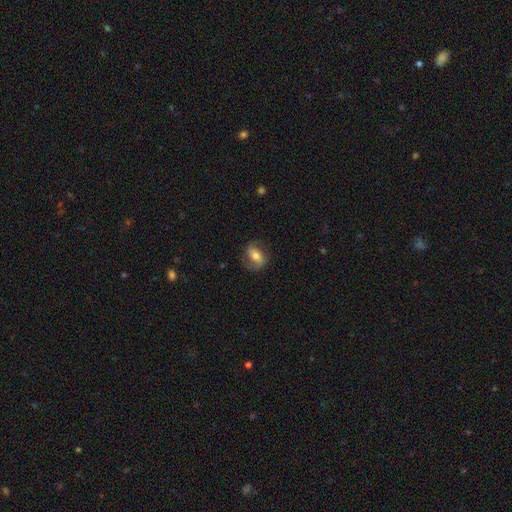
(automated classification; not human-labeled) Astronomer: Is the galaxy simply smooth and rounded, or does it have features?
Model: smooth — 51% (runner-up: featured or disk, 41%).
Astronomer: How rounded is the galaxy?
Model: in between — 74%.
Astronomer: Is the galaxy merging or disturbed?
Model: none — 72%.